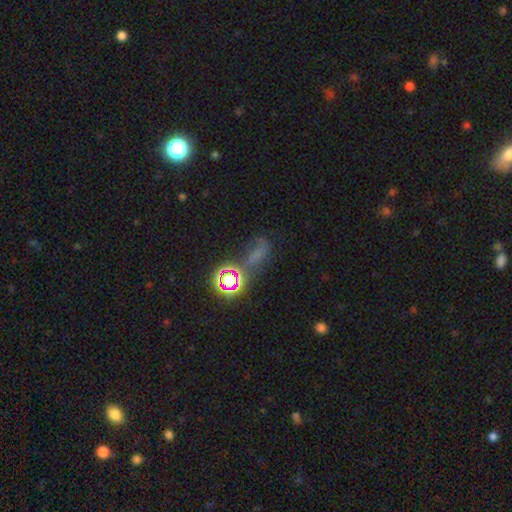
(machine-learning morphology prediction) Smooth or featured? Predicted: star or artifact (p=0.48).